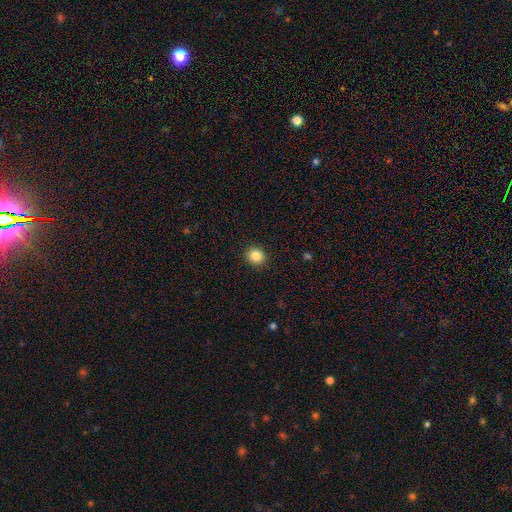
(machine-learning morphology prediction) The model was most divided on "how rounded": round: 82%, in between: 17%, cigar-shaped: 1%. More confident: merging — none (91%); smooth or featured — smooth (85%).